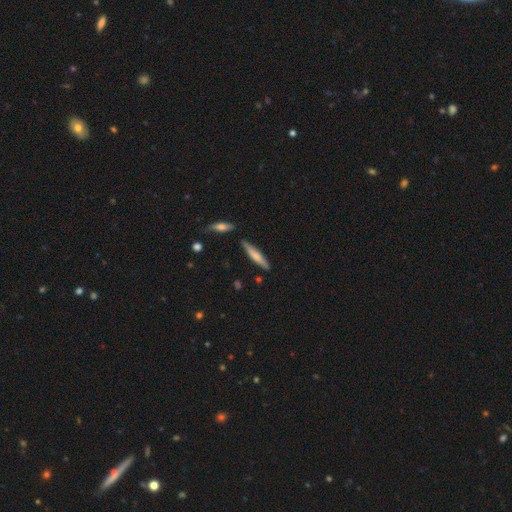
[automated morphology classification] Q: Smooth or featured?
A: smooth (66%); runner-up: featured or disk (28%)
Q: How rounded?
A: cigar-shaped (88%); runner-up: in between (10%)
Q: Merging?
A: none (84%); runner-up: minor disturbance (10%)